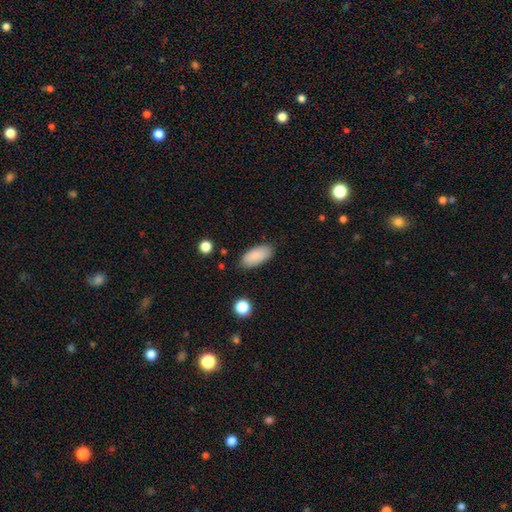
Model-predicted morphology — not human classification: The model was most divided on "merging": none: 82%, minor disturbance: 14%, major disturbance: 3%, merger: 2%. More confident: how rounded — in between (92%); smooth or featured — smooth (85%).